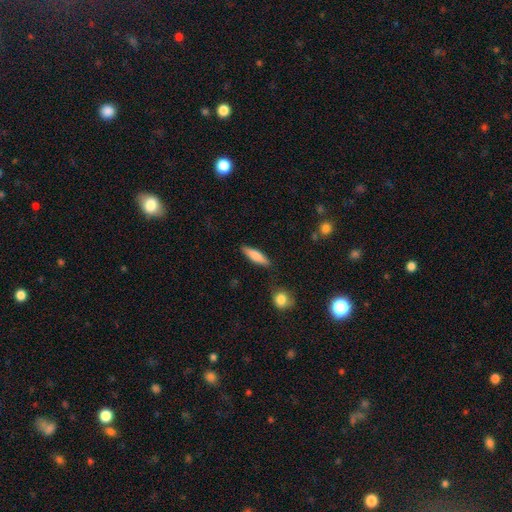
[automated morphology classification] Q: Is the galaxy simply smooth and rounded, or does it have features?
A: smooth — 75%.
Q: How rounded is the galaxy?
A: cigar-shaped — 66%.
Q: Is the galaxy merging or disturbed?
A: none — 83%.